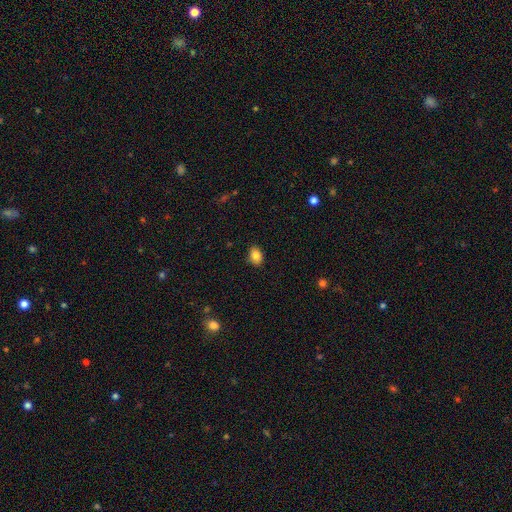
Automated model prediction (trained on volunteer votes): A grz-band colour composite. It shows a smooth galaxy with no disk features (85%) that is in between round and cigar-shaped (75%). Merging: none (88%).